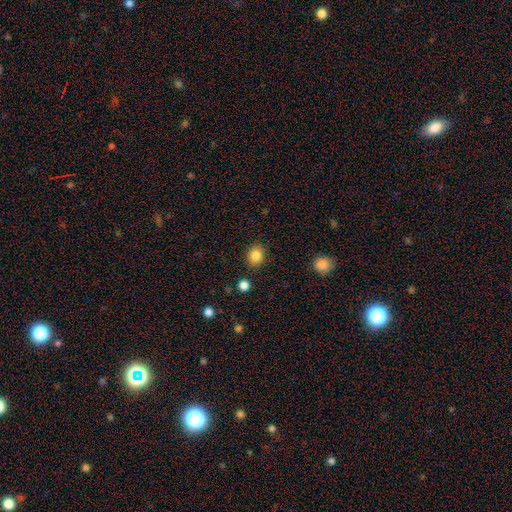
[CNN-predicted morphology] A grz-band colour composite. It shows a smooth galaxy with no disk features (85%) that is round (66%). Merging: none (88%).